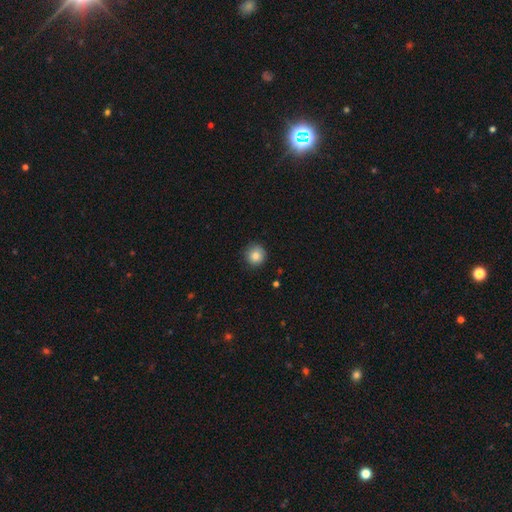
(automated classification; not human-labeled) smooth 84%, star or artifact 10%, featured or disk 6%. Down the decision tree: how rounded — round (94%); merging — none (86%).